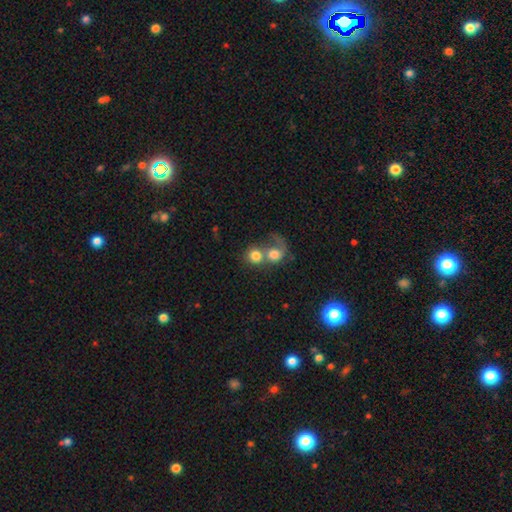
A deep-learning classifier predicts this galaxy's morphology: Smooth or featured?
  - smooth: 70% *
  - featured or disk: 21%
  - star or artifact: 9%
How rounded?
  - round: 79% *
  - in between: 20%
  - cigar-shaped: 1%
Merging?
  - merger: 69% *
  - none: 17%
  - major disturbance: 9%
  - minor disturbance: 5%